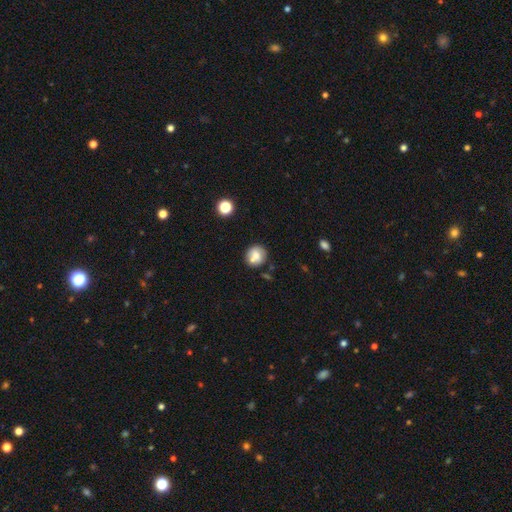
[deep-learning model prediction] A smooth galaxy with no disk features (71%) that is round (84%).

Vote fractions:
- Smooth or featured? smooth: 71% / featured or disk: 20% / star or artifact: 9%
- How rounded? round: 84% / in between: 15% / cigar-shaped: 1%
- Merging? none: 64% / merger: 18% / minor disturbance: 14% / major disturbance: 4%